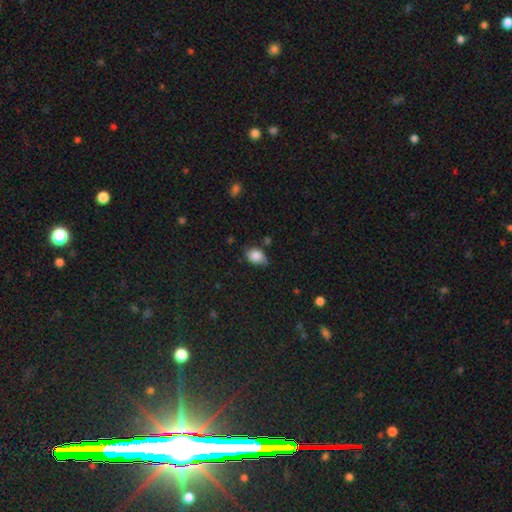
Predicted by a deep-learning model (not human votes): smooth_or_featured: smooth (p=0.79) [alt: featured or disk p=0.12]
how_rounded: in between (p=0.78) [alt: round p=0.20]
merging: none (p=0.62) [alt: minor disturbance p=0.29]